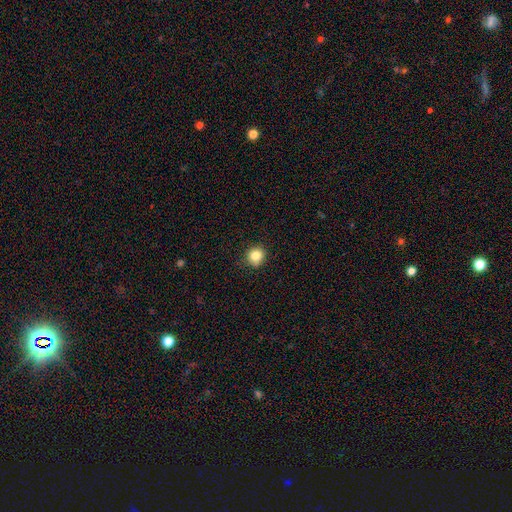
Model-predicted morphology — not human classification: smooth-or-featured: smooth: 83% | star or artifact: 11% | featured or disk: 6%
  how-rounded: round: 89% | in between: 10% | cigar-shaped: 1%
  merging: none: 88% | minor disturbance: 9% | major disturbance: 2% | merger: 1%